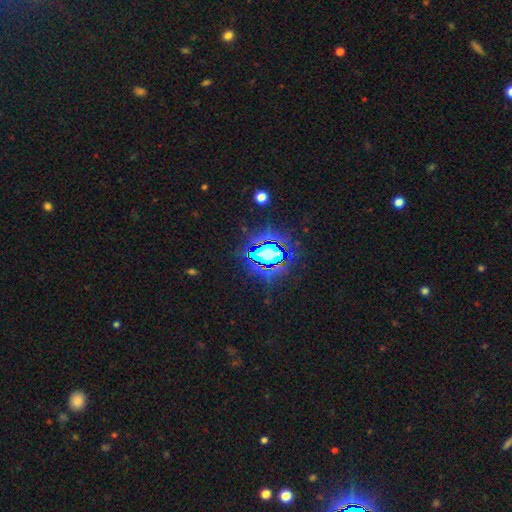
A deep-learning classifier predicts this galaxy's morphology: The model was most divided on "smooth or featured": star or artifact: 79%, smooth: 12%, featured or disk: 9%.